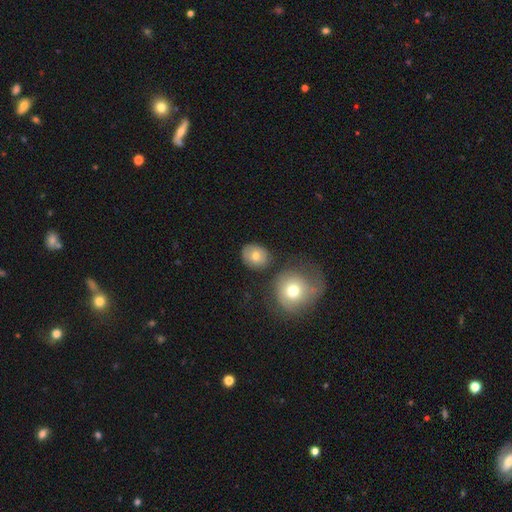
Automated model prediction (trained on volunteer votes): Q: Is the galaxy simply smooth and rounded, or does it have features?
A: smooth — 76%.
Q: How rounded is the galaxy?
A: round — 71%.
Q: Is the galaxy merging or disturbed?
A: none — 77%.